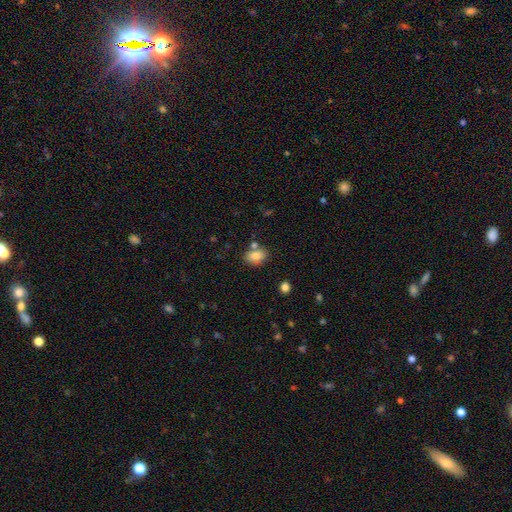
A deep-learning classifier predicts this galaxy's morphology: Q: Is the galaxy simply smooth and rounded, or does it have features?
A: smooth — 82%.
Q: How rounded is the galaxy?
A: in between — 81%.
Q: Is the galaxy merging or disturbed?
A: none — 68%.